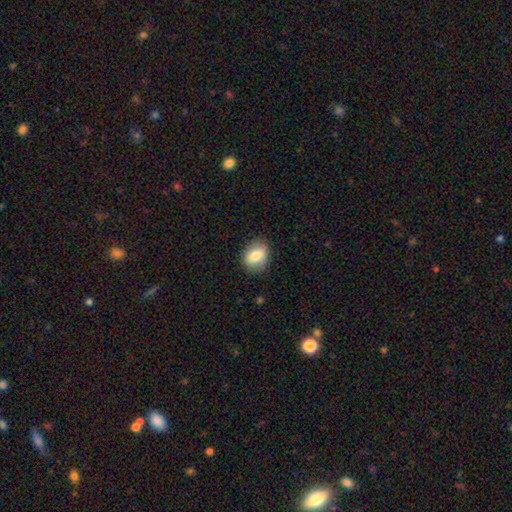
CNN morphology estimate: type=smooth (79%); roundness=in between (61%); merging=none (84%).